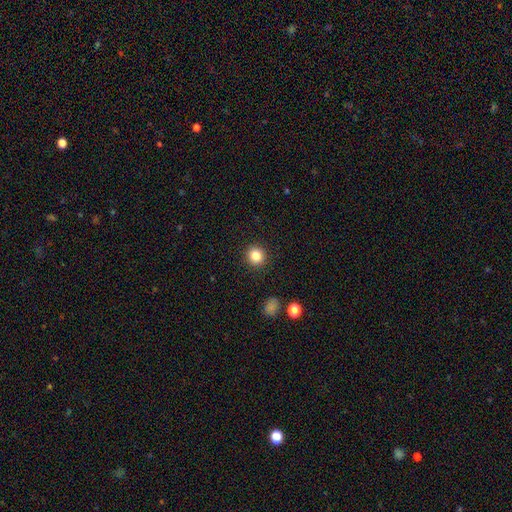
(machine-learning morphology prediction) Smooth or featured? Predicted: smooth (p=0.84). How rounded? Predicted: round (p=0.90). Merging? Predicted: none (p=0.92).